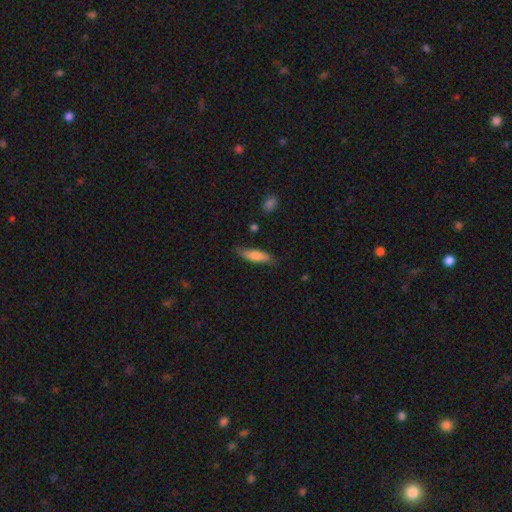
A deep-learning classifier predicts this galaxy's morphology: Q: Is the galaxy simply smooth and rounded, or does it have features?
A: smooth — 76%.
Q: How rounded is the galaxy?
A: cigar-shaped — 56%.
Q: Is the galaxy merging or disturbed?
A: none — 74%.